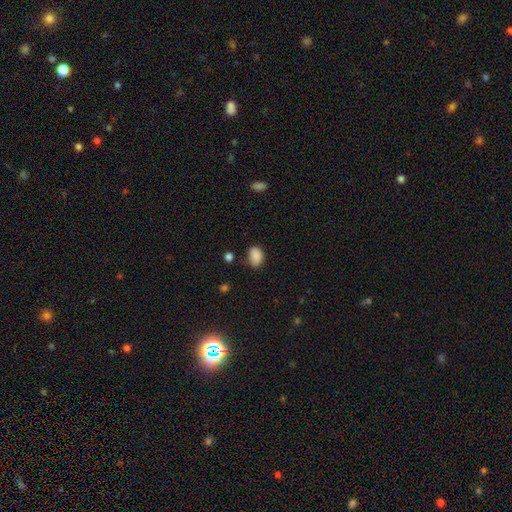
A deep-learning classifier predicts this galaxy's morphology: This is clearly a smooth galaxy (87%). How rounded: clearly in between (83%). Merging: likely none (69%).